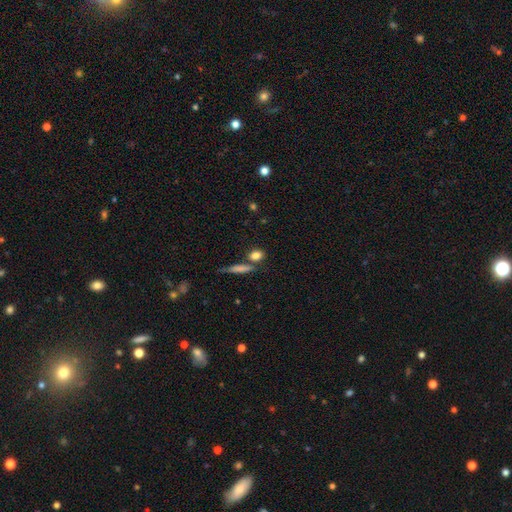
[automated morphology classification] A smooth galaxy with no disk features (81%) that is in between round and cigar-shaped (47%). Merging: none (69%).